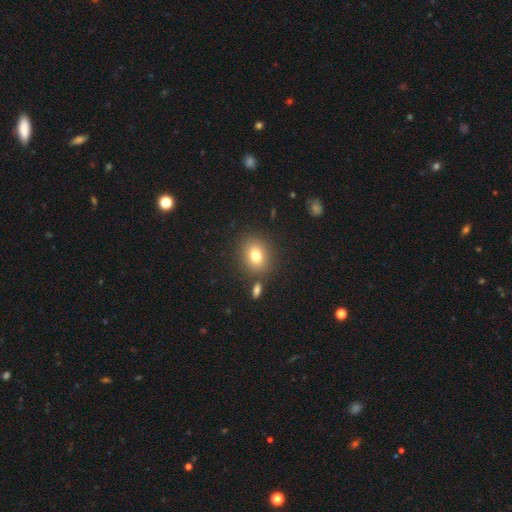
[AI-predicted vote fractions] This appears to be a smooth galaxy with no disk features (78%) that is in between round and cigar-shaped (50%). Merging: none (81%).